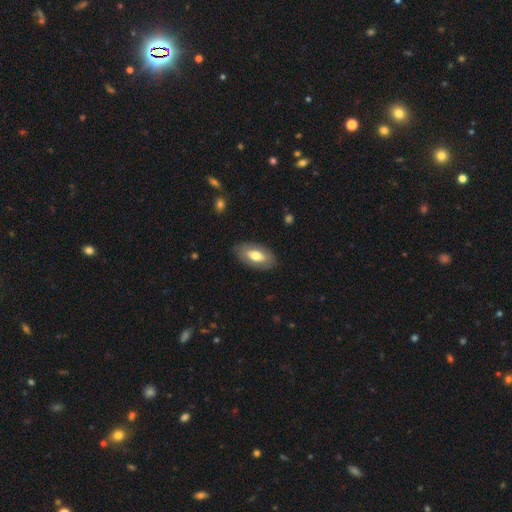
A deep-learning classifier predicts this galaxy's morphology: The model was most divided on "smooth or featured": smooth: 59%, featured or disk: 35%, star or artifact: 6%. More confident: how rounded — in between (91%); merging — none (84%).